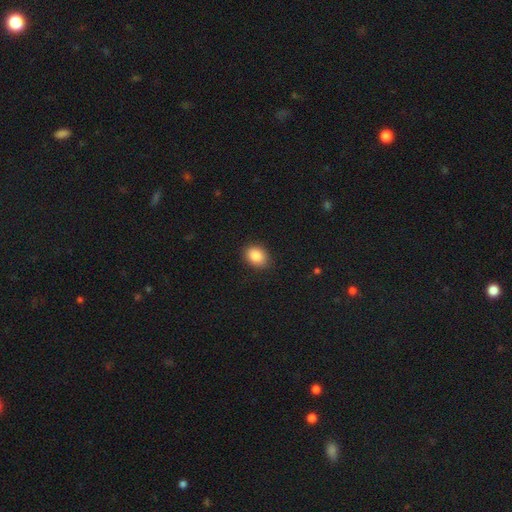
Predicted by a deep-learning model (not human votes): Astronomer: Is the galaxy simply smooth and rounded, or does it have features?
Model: smooth — 87%.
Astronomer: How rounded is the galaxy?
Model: in between — 61% (runner-up: round, 38%).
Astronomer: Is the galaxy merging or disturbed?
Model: none — 87%.